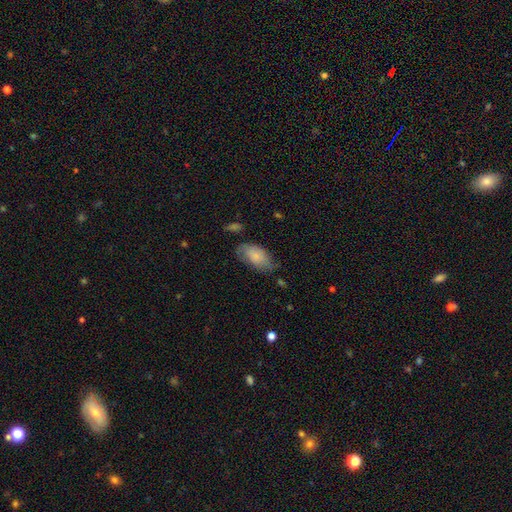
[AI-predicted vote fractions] Smooth or featured: smooth — 73% (featured or disk — 20%)
How rounded: in between — 93% (round — 4%)
Merging: none — 52% (minor disturbance — 34%)